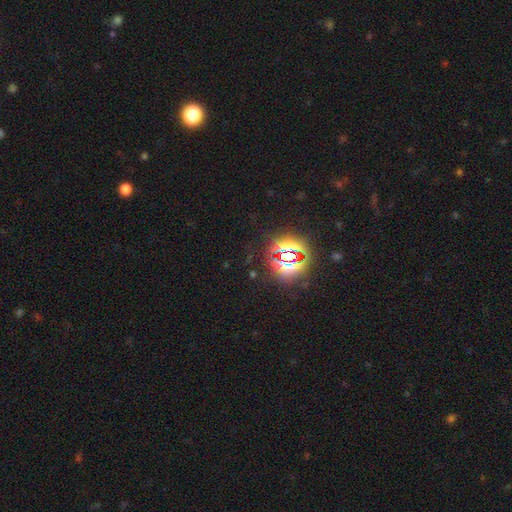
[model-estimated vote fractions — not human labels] Smooth or featured: star or artifact — 80% (smooth — 13%)